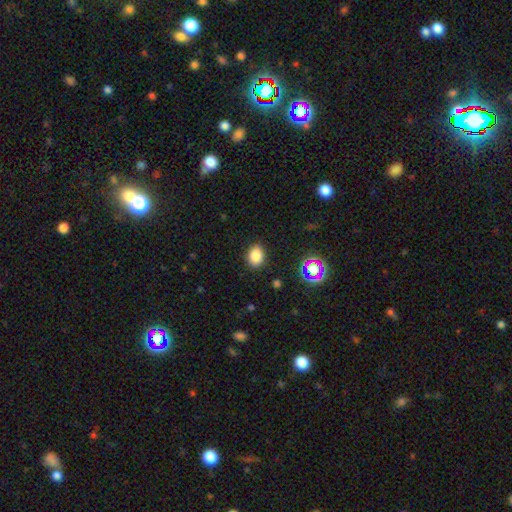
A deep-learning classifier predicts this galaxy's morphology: This appears to be a smooth galaxy with no disk features (82%) that is in between round and cigar-shaped (62%). Merging: none (88%).